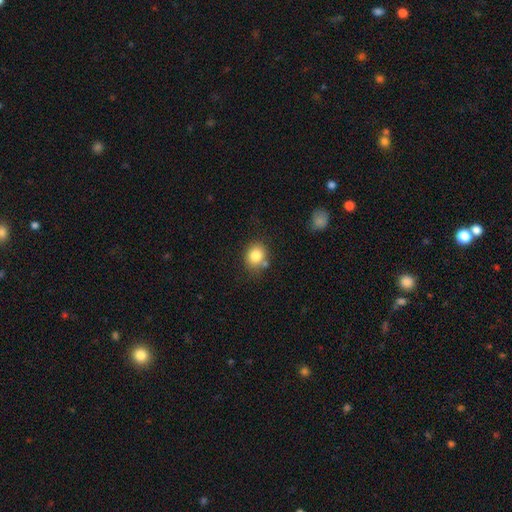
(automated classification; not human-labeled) Smooth or featured?
  - smooth: 83% *
  - star or artifact: 10%
  - featured or disk: 8%
How rounded?
  - round: 63% *
  - in between: 36%
  - cigar-shaped: 1%
Merging?
  - none: 72% *
  - minor disturbance: 15%
  - merger: 10%
  - major disturbance: 4%